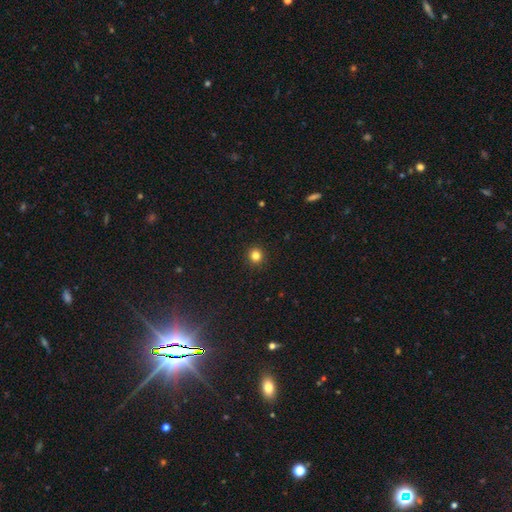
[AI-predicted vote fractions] Smooth or featured?
  - smooth: 83% *
  - star or artifact: 13%
  - featured or disk: 4%
How rounded?
  - round: 93% *
  - in between: 6%
  - cigar-shaped: 1%
Merging?
  - none: 93% *
  - minor disturbance: 4%
  - major disturbance: 2%
  - merger: 1%